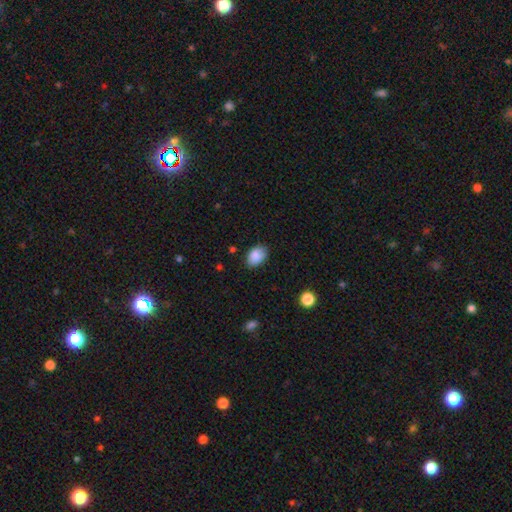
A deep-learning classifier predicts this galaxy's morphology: Q: Smooth or featured?
A: smooth (87%); runner-up: star or artifact (8%)
Q: How rounded?
A: in between (83%); runner-up: round (16%)
Q: Merging?
A: none (79%); runner-up: minor disturbance (16%)